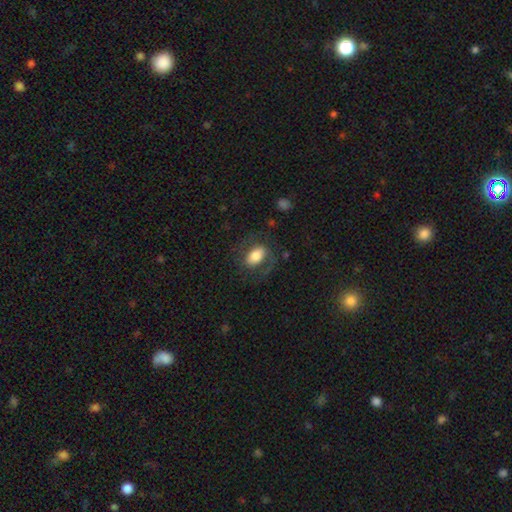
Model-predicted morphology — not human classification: Smooth or featured? Predicted: smooth (p=0.63). How rounded? Predicted: in between (p=0.86). Merging? Predicted: none (p=0.64).